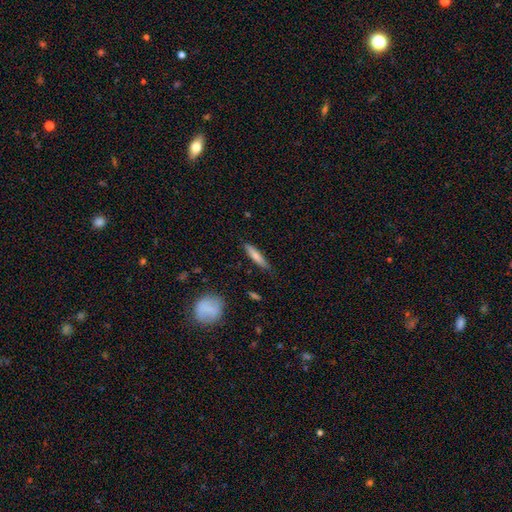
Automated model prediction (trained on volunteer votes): Overall: smooth (73%). How rounded: cigar-shaped (83%). Merging: none (81%).